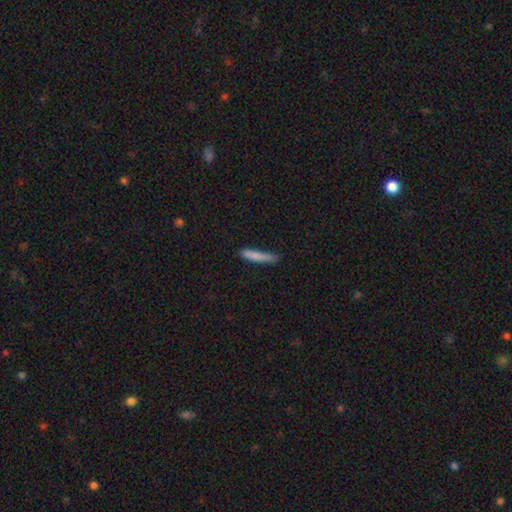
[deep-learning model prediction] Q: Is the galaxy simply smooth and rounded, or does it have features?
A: smooth — 81%.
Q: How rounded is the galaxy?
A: cigar-shaped — 91%.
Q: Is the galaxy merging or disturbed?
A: none — 70%.